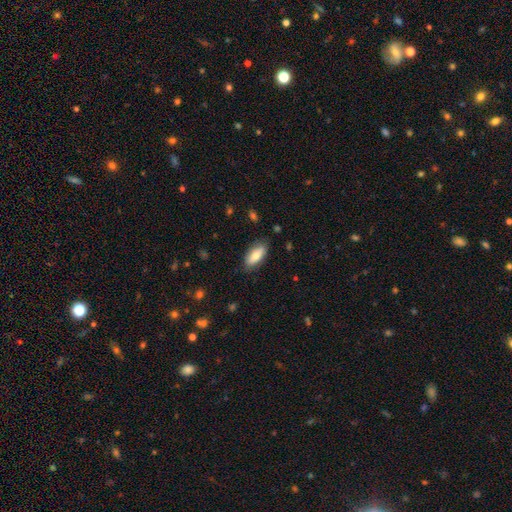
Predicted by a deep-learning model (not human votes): smooth_or_featured: smooth (p=0.74) [alt: featured or disk p=0.19]
how_rounded: in between (p=0.86) [alt: cigar-shaped p=0.11]
merging: none (p=0.80) [alt: minor disturbance p=0.15]